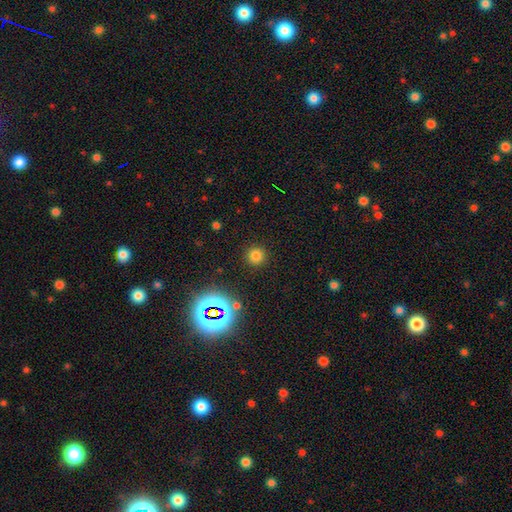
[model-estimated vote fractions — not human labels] Morphology: type=smooth (75%); roundness=round (94%); merging=none (90%).